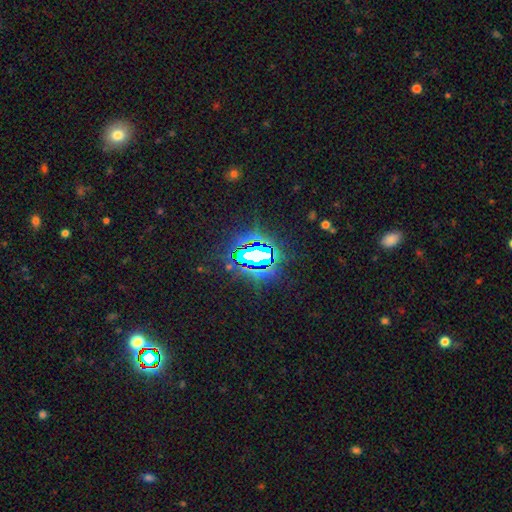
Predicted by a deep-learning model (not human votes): Q: Smooth or featured?
A: star or artifact (78%); runner-up: smooth (11%)